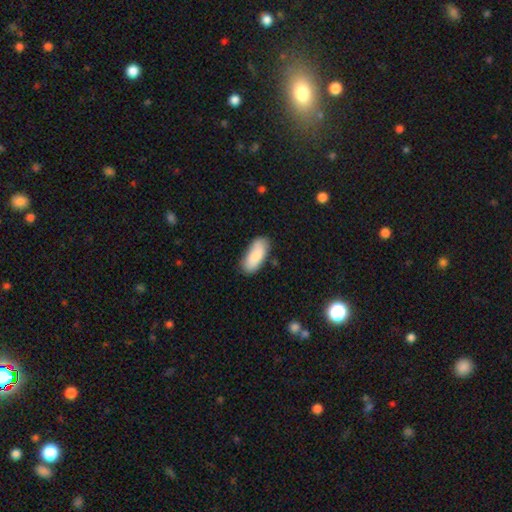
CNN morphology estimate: Q: Smooth or featured?
A: smooth (84%); runner-up: featured or disk (10%)
Q: How rounded?
A: in between (85%); runner-up: cigar-shaped (13%)
Q: Merging?
A: none (77%); runner-up: minor disturbance (17%)